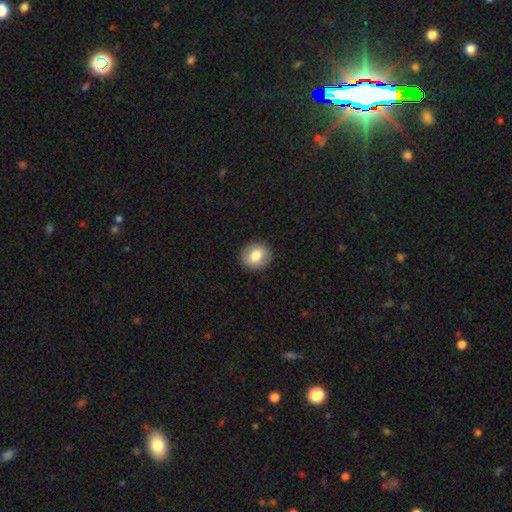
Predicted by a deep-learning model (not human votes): A smooth galaxy with no disk features (76%) that is round (80%).

Vote fractions:
- Smooth or featured? smooth: 76% / featured or disk: 16% / star or artifact: 8%
- How rounded? round: 80% / in between: 19% / cigar-shaped: 1%
- Merging? none: 90% / minor disturbance: 7% / major disturbance: 2% / merger: 1%